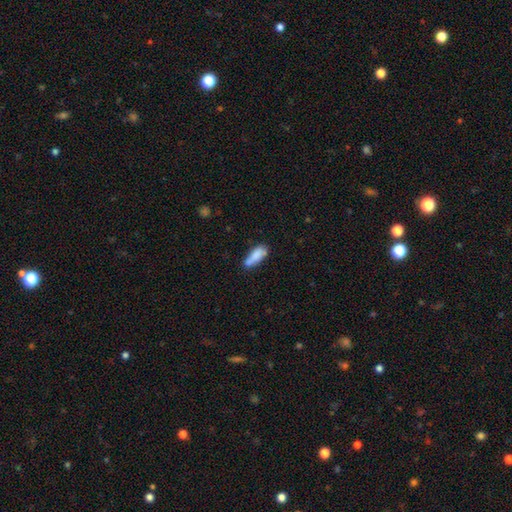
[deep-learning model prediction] Smooth or featured? Predicted: smooth (p=0.81). How rounded? Predicted: in between (p=0.60). Merging? Predicted: none (p=0.54).